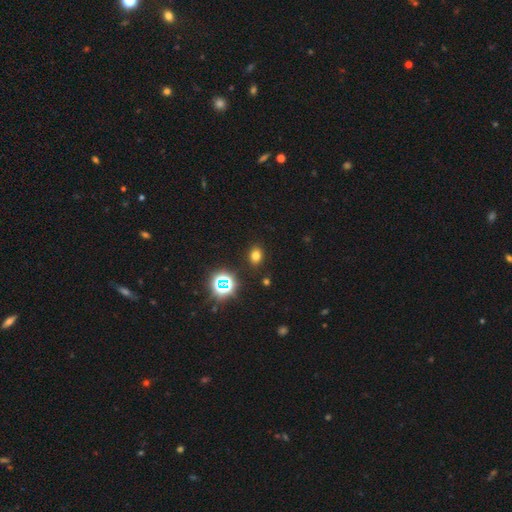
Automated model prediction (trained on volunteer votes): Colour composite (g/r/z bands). It shows a smooth galaxy with no disk features (71%) that is in between round and cigar-shaped (58%). Merging: none (87%).